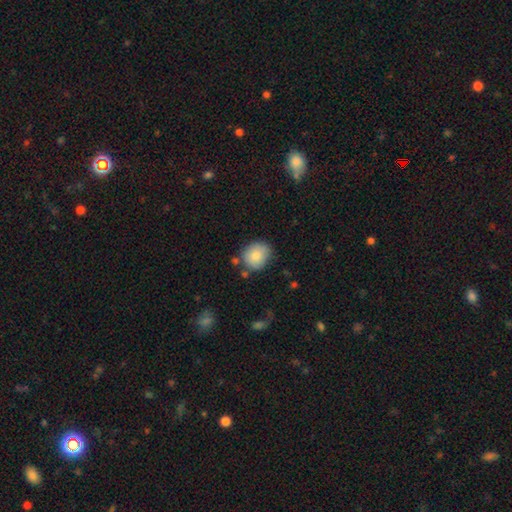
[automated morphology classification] smooth-or-featured: smooth: 84% | featured or disk: 8% | star or artifact: 8%
  how-rounded: round: 72% | in between: 27% | cigar-shaped: 1%
  merging: none: 73% | minor disturbance: 17% | merger: 5% | major disturbance: 4%